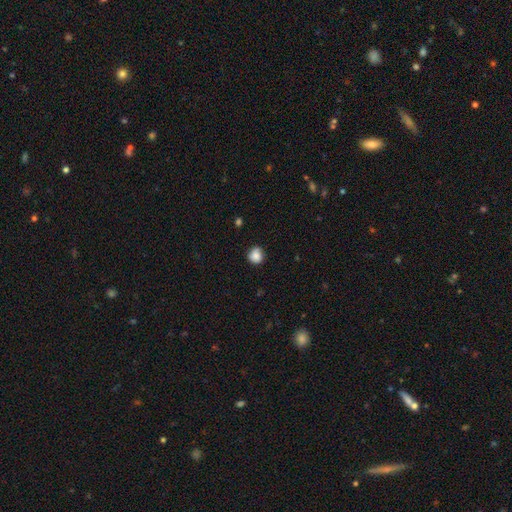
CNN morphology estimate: The model was most divided on "merging": none: 74%, minor disturbance: 20%, major disturbance: 4%, merger: 2%. More confident: smooth or featured — smooth (83%); how rounded — round (83%).